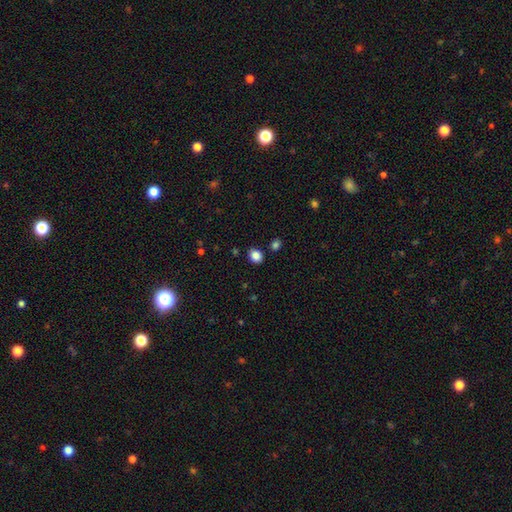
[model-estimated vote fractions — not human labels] smooth-or-featured: smooth: 85% | star or artifact: 11% | featured or disk: 4%
  how-rounded: round: 59% | in between: 40% | cigar-shaped: 1%
  merging: none: 85% | minor disturbance: 8% | merger: 4% | major disturbance: 2%